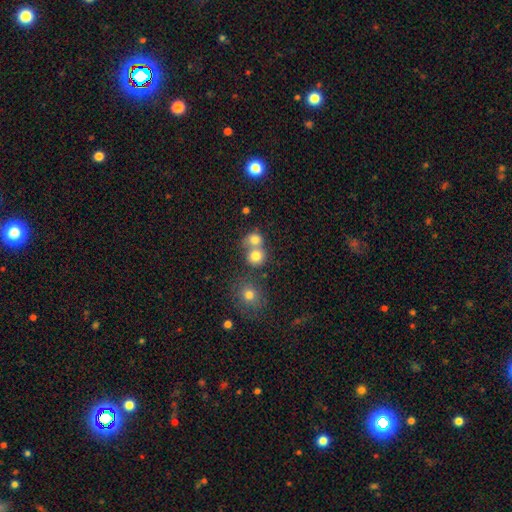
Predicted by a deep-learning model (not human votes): Smooth or featured?
  - smooth: 79% *
  - star or artifact: 11%
  - featured or disk: 10%
How rounded?
  - round: 80% *
  - in between: 19%
  - cigar-shaped: 1%
Merging?
  - merger: 48% *
  - none: 42%
  - minor disturbance: 7%
  - major disturbance: 3%